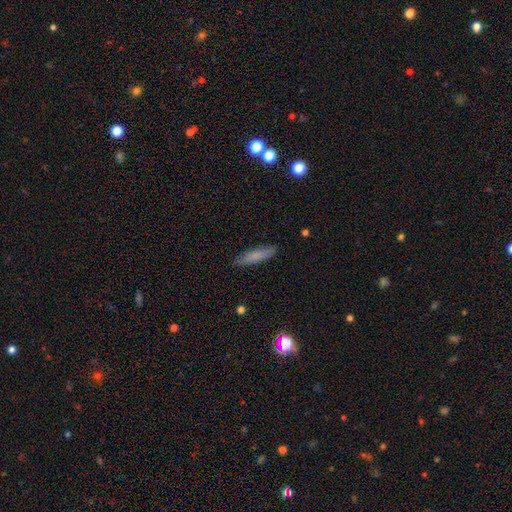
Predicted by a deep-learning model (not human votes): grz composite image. It shows a smooth galaxy with no disk features (79%) that is cigar-shaped (81%). Merging: none (87%).